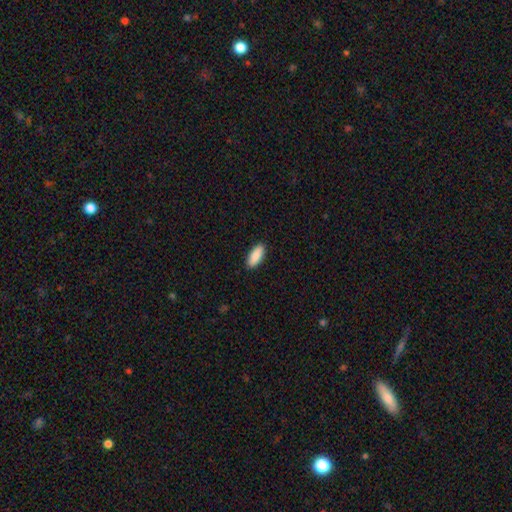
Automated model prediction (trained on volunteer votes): Morphology: type=smooth (90%); roundness=in between (80%); merging=none (90%).